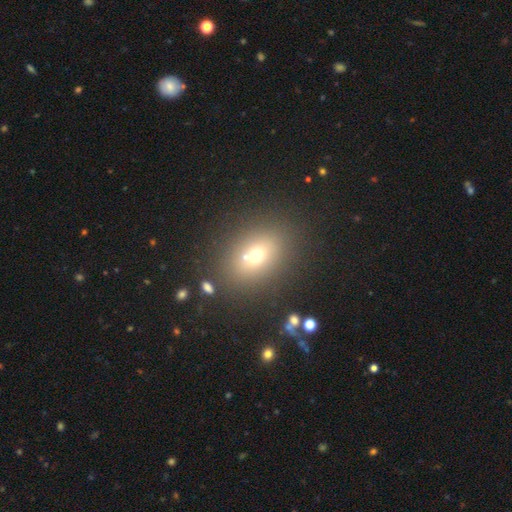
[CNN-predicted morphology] smooth 63%, star or artifact 19%, featured or disk 18%. Down the decision tree: how rounded — in between (61%); merging — none (75%).